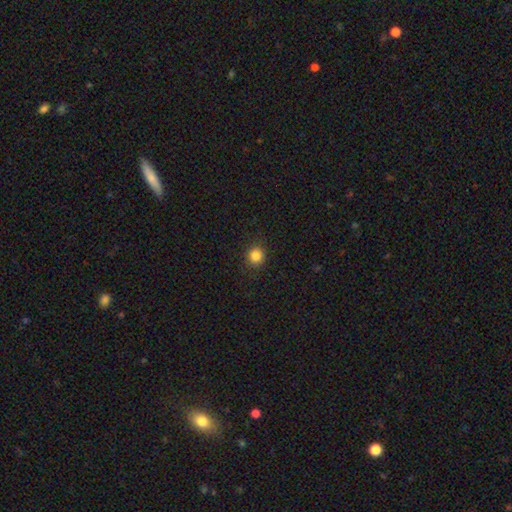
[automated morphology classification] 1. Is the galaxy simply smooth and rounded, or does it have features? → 84% smooth, 12% star or artifact, 4% featured or disk.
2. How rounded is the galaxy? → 88% round, 11% in between, 1% cigar-shaped.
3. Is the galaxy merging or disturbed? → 90% none, 7% minor disturbance, 2% major disturbance, 1% merger.